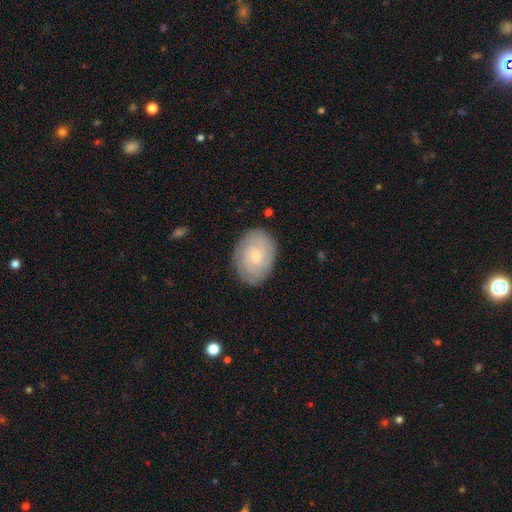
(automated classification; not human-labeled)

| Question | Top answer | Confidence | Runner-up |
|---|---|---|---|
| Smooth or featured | featured or disk | 60% | smooth (34%) |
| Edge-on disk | no | 97% | yes (3%) |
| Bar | no | 74% | weak (23%) |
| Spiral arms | yes | 86% | no (14%) |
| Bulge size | small | 73% | moderate (23%) |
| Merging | none | 83% | minor disturbance (12%) |